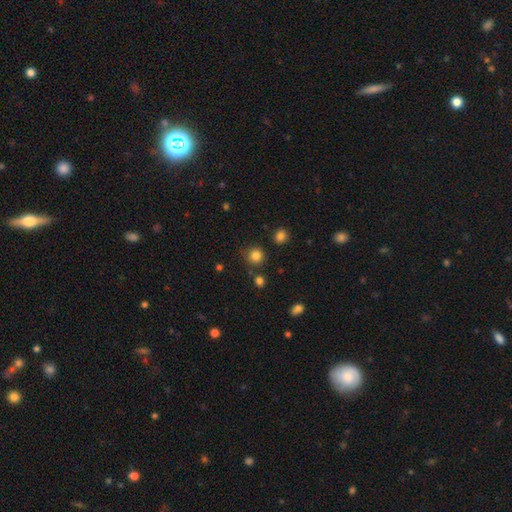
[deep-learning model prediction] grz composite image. It shows a smooth galaxy with no disk features (83%) that is round (92%). Merging: none (81%).